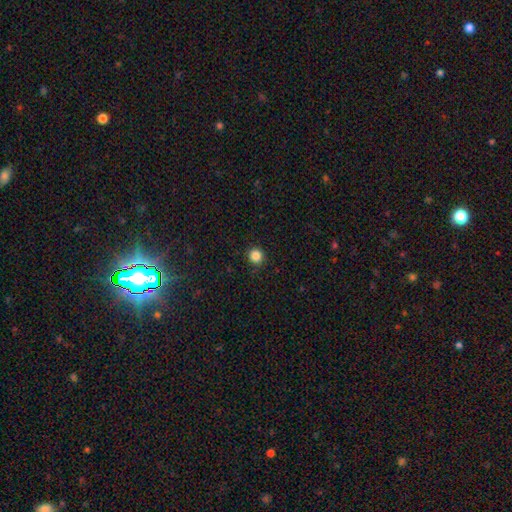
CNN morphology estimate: This appears to be a smooth galaxy with no disk features (85%) that is round (93%). Merging: none (92%).